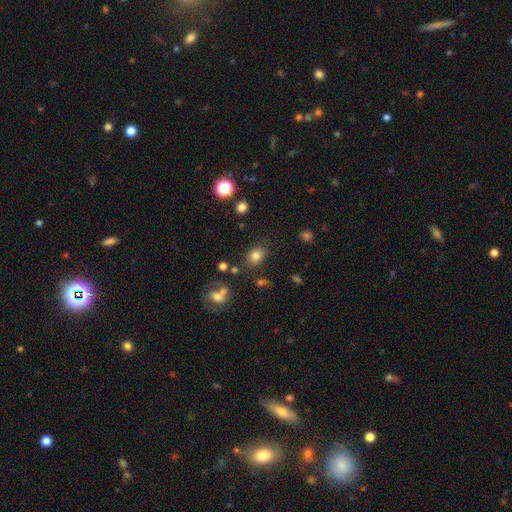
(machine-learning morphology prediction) smooth_or_featured: smooth (p=0.79) [alt: star or artifact p=0.13]
how_rounded: in between (p=0.61) [alt: round p=0.38]
merging: none (p=0.77) [alt: minor disturbance p=0.13]